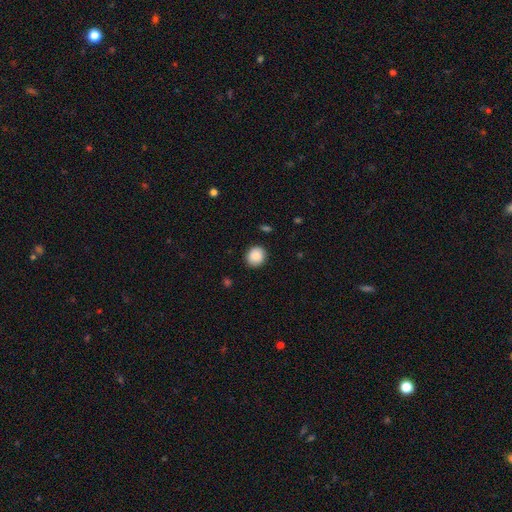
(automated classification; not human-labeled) Morphology: type=smooth (89%); roundness=round (82%); merging=none (89%).